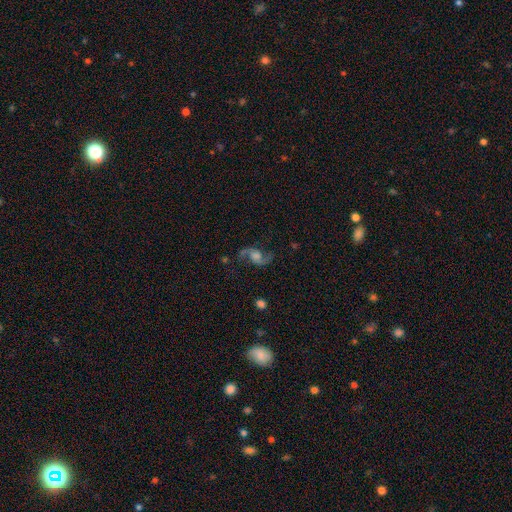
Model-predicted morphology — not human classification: The model was most divided on "bulge size": moderate: 35%, large: 28%, small: 17%, none: 16%, dominant: 4%. More confident: edge-on disk — no (96%); spiral arms — yes (96%); spiral arm count — 2 (93%); smooth or featured — featured or disk (83%); merging — none (75%); spiral winding — loose (71%); bar — no (58%).